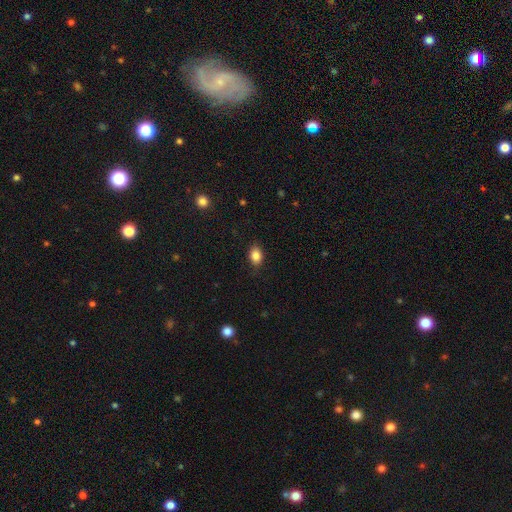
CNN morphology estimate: The model was most divided on "how rounded": in between: 73%, round: 26%, cigar-shaped: 1%. More confident: smooth or featured — smooth (86%); merging — none (83%).